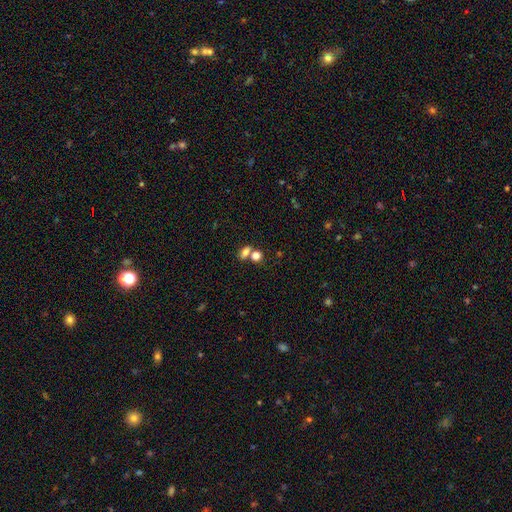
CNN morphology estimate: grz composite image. It shows a smooth galaxy with no disk features (78%) that is round (50%). Merging: none (45%).